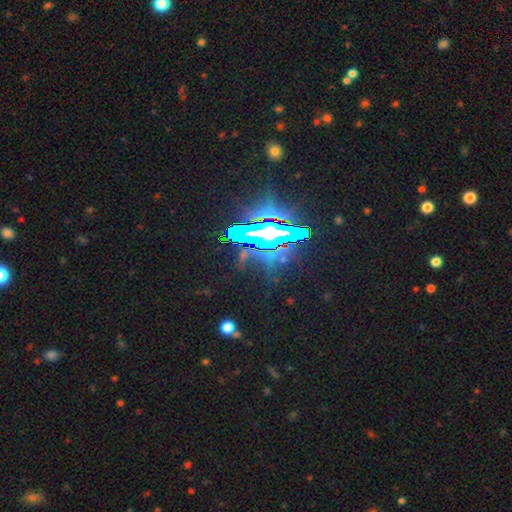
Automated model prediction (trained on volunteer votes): Smooth or featured? star or artifact (74%)